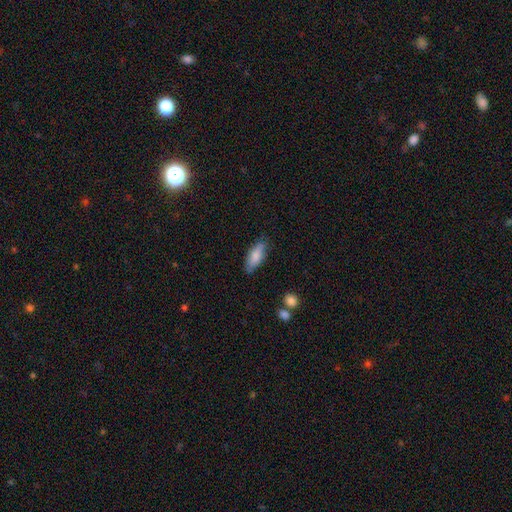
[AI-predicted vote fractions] Smooth or featured: smooth — 79% (featured or disk — 15%)
How rounded: in between — 69% (cigar-shaped — 29%)
Merging: none — 77% (minor disturbance — 18%)